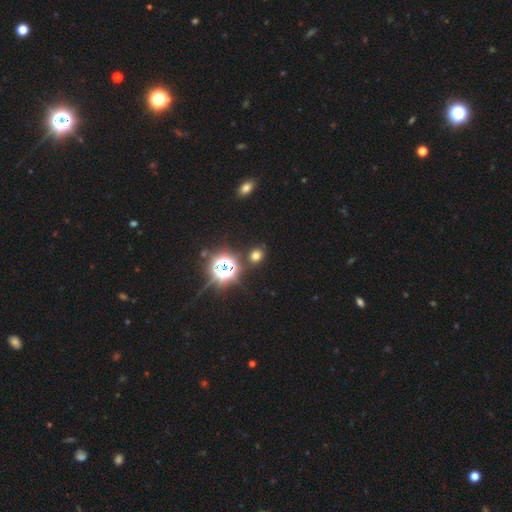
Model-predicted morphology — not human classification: Q: Smooth or featured?
A: smooth (60%); runner-up: star or artifact (34%)
Q: How rounded?
A: round (80%); runner-up: in between (19%)
Q: Merging?
A: none (86%); runner-up: minor disturbance (8%)